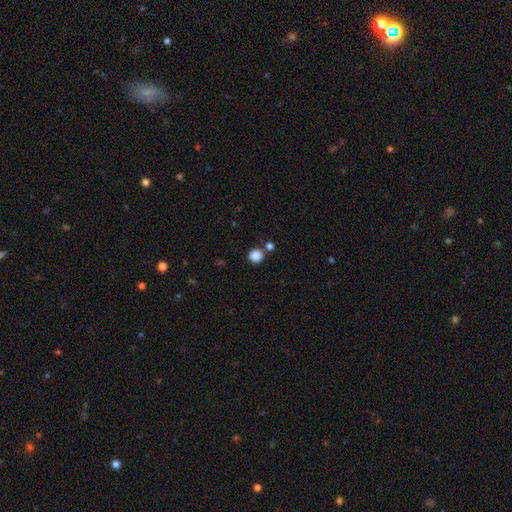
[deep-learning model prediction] Smooth or featured? smooth (86%)
How rounded? round (92%)
Merging? none (77%)